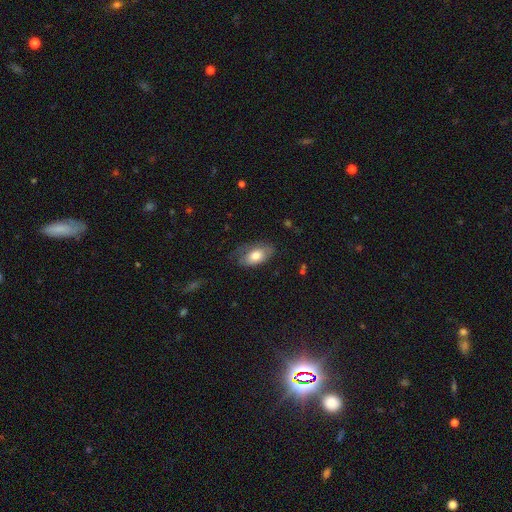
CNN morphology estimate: Smooth or featured?
  - smooth: 71% *
  - featured or disk: 22%
  - star or artifact: 6%
How rounded?
  - in between: 92% *
  - round: 5%
  - cigar-shaped: 3%
Merging?
  - none: 59% *
  - minor disturbance: 28%
  - major disturbance: 11%
  - merger: 1%